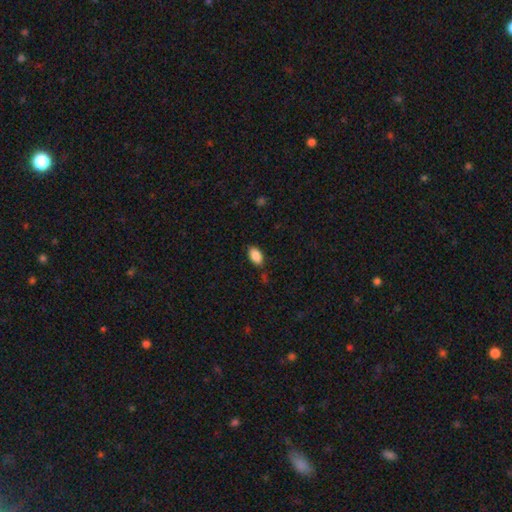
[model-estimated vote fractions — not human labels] The model was most divided on "merging": none: 79%, minor disturbance: 15%, major disturbance: 3%, merger: 2%. More confident: how rounded — in between (92%); smooth or featured — smooth (88%).